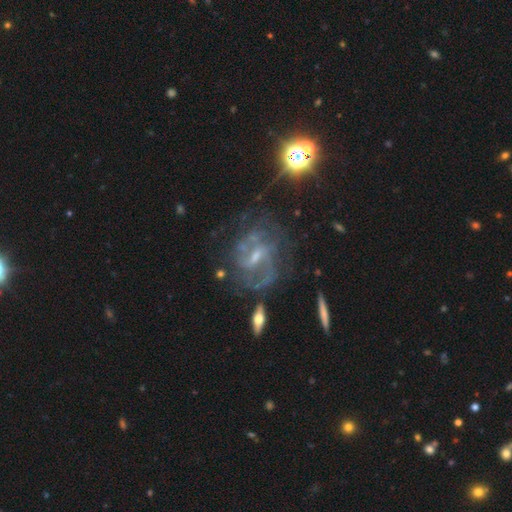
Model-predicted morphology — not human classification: smooth_or_featured: featured or disk (p=0.80) [alt: star or artifact p=0.11]
disk_edge_on: no (p=0.96) [alt: yes p=0.04]
bar: weak (p=0.54) [alt: no p=0.24]
has_spiral_arms: yes (p=0.88) [alt: no p=0.12]
spiral_winding: medium (p=0.47) [alt: tight p=0.29]
spiral_arm_count: 2 (p=0.46) [alt: can't tell p=0.30]
bulge_size: small (p=0.55) [alt: moderate p=0.29]
merging: none (p=0.56) [alt: minor disturbance p=0.20]